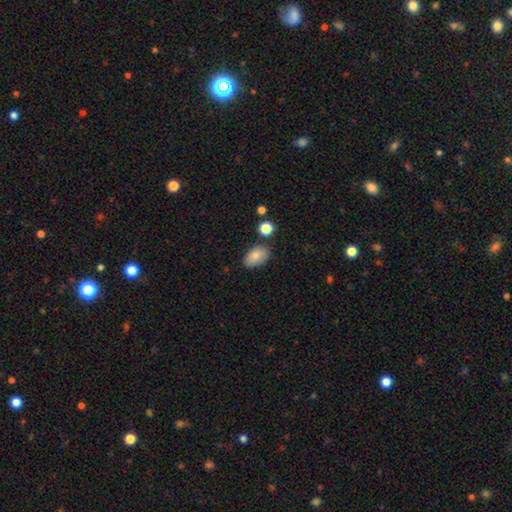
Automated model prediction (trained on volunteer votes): This appears to be a smooth galaxy with no disk features (84%) that is in between round and cigar-shaped (91%). Merging: none (75%).